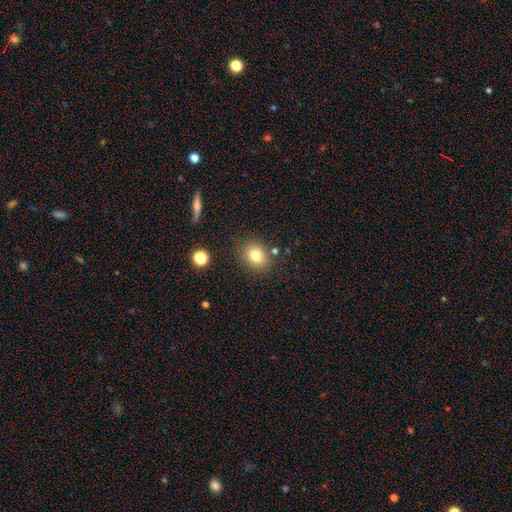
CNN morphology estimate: A smooth galaxy with no disk features (78%) that is round (58%).

Vote fractions:
- Smooth or featured? smooth: 78% / star or artifact: 12% / featured or disk: 10%
- How rounded? round: 58% / in between: 41% / cigar-shaped: 1%
- Merging? none: 79% / minor disturbance: 12% / merger: 5% / major disturbance: 4%